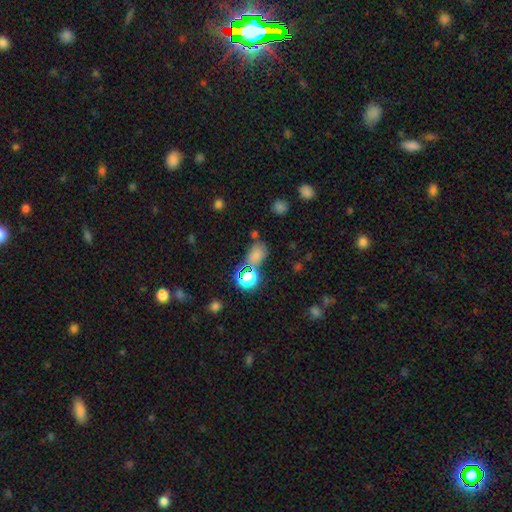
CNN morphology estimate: smooth-or-featured: smooth: 62% | star or artifact: 30% | featured or disk: 7%
  how-rounded: in between: 69% | round: 29% | cigar-shaped: 3%
  merging: none: 63% | minor disturbance: 16% | merger: 14% | major disturbance: 7%